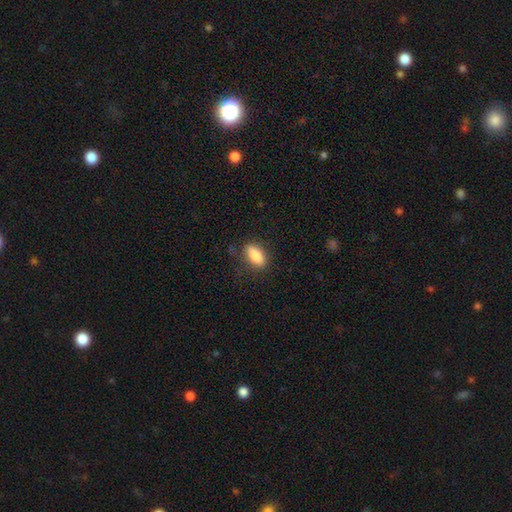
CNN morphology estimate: A smooth galaxy with no disk features (81%) that is in between round and cigar-shaped (79%).

Vote fractions:
- Smooth or featured? smooth: 81% / featured or disk: 12% / star or artifact: 7%
- How rounded? in between: 79% / cigar-shaped: 17% / round: 4%
- Merging? none: 79% / minor disturbance: 15% / major disturbance: 4% / merger: 1%